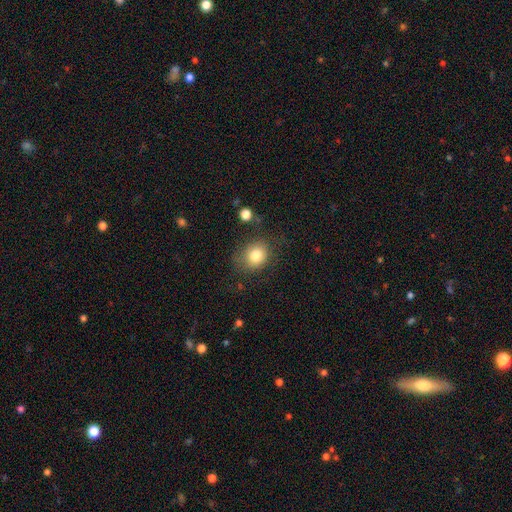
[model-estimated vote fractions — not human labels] This is clearly a smooth galaxy (81%). How rounded: likely round (66%). Merging: likely none (74%).